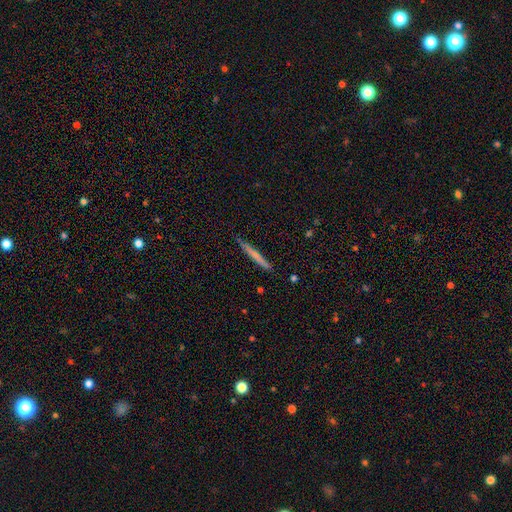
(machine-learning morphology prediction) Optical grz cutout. It shows a smooth galaxy with no disk features (57%) that is cigar-shaped (96%). Merging: none (88%).